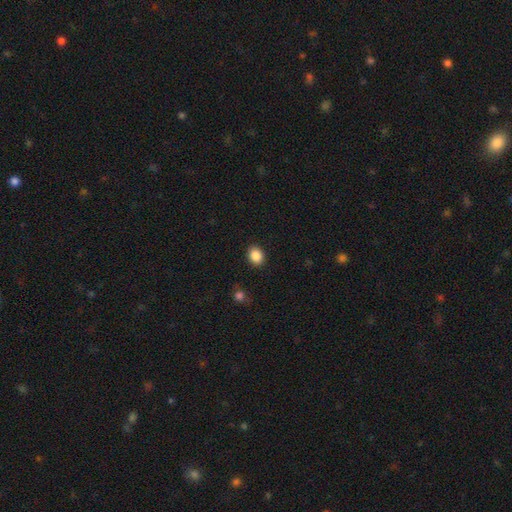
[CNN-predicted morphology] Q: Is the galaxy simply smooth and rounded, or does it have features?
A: smooth — 88%.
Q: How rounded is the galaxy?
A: round — 52%.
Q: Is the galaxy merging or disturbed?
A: none — 90%.